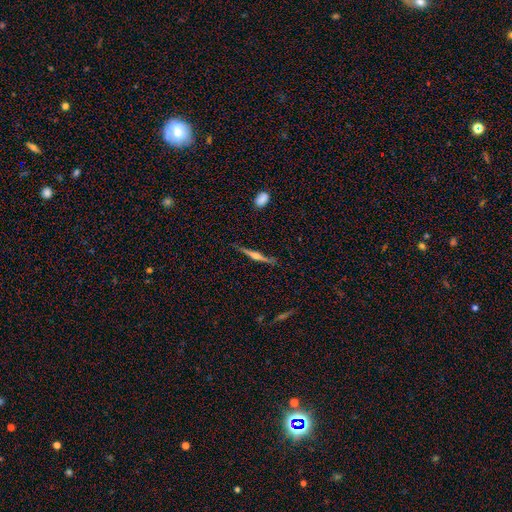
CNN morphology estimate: Smooth or featured? Predicted: featured or disk (p=0.74). Edge-on disk? Predicted: yes (p=0.98). Edge-on bulge? Predicted: rounded (p=0.86). Merging? Predicted: none (p=0.86).